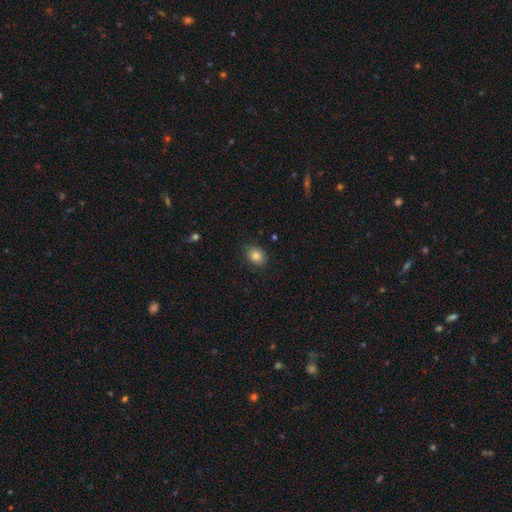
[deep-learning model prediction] Smooth or featured? Predicted: smooth (p=0.85). How rounded? Predicted: in between (p=0.51). Merging? Predicted: none (p=0.81).